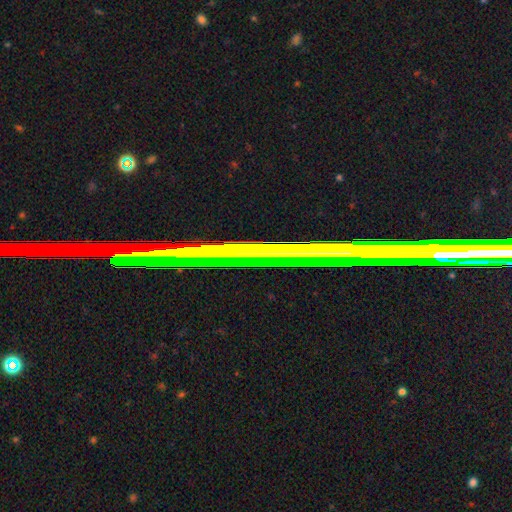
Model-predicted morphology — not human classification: Smooth or featured? Predicted: star or artifact (p=0.65).